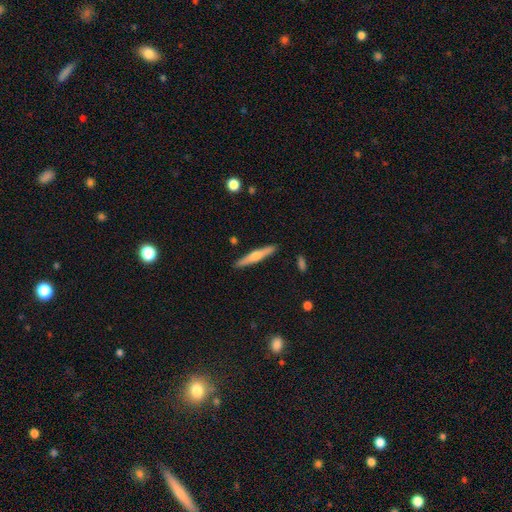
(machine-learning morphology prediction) Smooth or featured? featured or disk (54%)
Edge-on disk? yes (97%)
Edge-on bulge? rounded (87%)
Merging? none (90%)